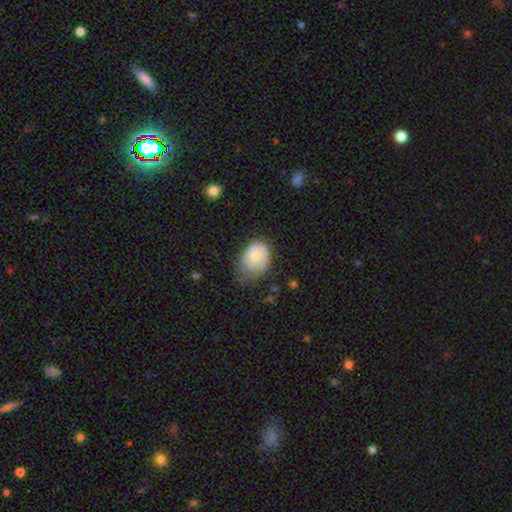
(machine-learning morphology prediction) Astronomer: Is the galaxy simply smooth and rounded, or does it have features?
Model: smooth — 71%.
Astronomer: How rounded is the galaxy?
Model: in between — 67%.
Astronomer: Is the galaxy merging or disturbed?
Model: minor disturbance — 40% (runner-up: none, 36%).